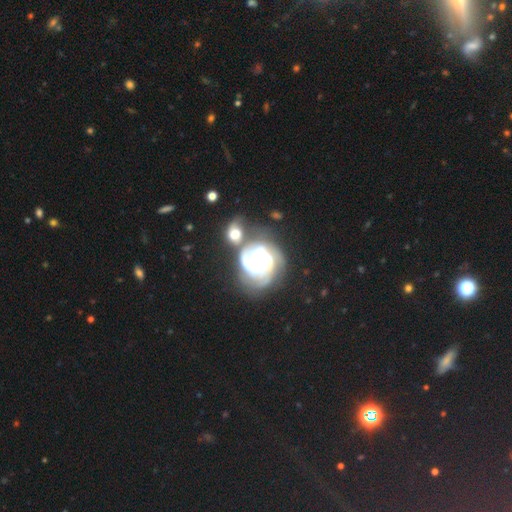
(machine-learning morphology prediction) smooth_or_featured: featured or disk (p=0.83) [alt: smooth p=0.11]
disk_edge_on: no (p=0.97) [alt: yes p=0.03]
bar: no (p=0.68) [alt: weak p=0.23]
has_spiral_arms: yes (p=0.90) [alt: no p=0.10]
spiral_winding: tight (p=0.69) [alt: medium p=0.24]
spiral_arm_count: 2 (p=0.35) [alt: can't tell p=0.28]
bulge_size: moderate (p=0.52) [alt: large p=0.32]
merging: none (p=0.38) [alt: merger p=0.31]